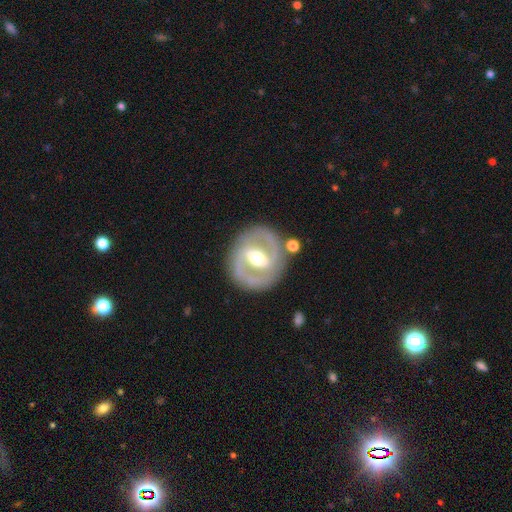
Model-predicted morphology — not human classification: smooth-or-featured: featured or disk: 85% | smooth: 11% | star or artifact: 5%
  disk-edge-on: no: 97% | yes: 3%
    bar: strong: 49% | weak: 38% | no: 13%
    has-spiral-arms: yes: 87% | no: 13%
      spiral-winding: medium: 46% | tight: 43% | loose: 11%
      spiral-arm-count: 2: 88% | can't tell: 5% | 3: 3% | 1: 2% | 4: 1% | more than 4: 1%
    bulge-size: moderate: 71% | small: 17% | large: 10% | dominant: 1% | none: 1%
  merging: none: 82% | minor disturbance: 11% | major disturbance: 4% | merger: 3%